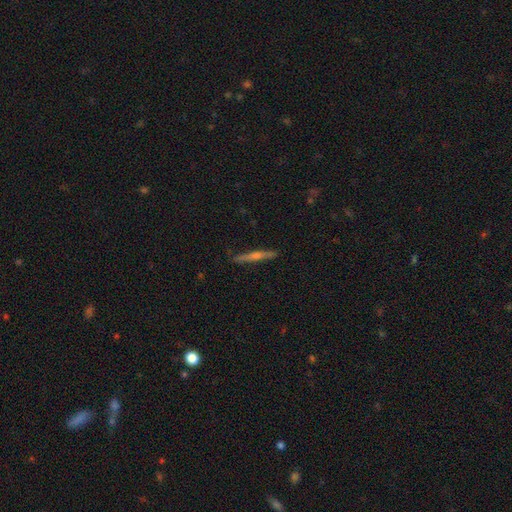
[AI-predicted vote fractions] Smooth or featured: featured or disk — 60% (smooth — 27%)
Edge-on disk: yes — 92% (no — 8%)
Edge-on bulge: rounded — 73% (none — 19%)
Merging: none — 86% (minor disturbance — 10%)